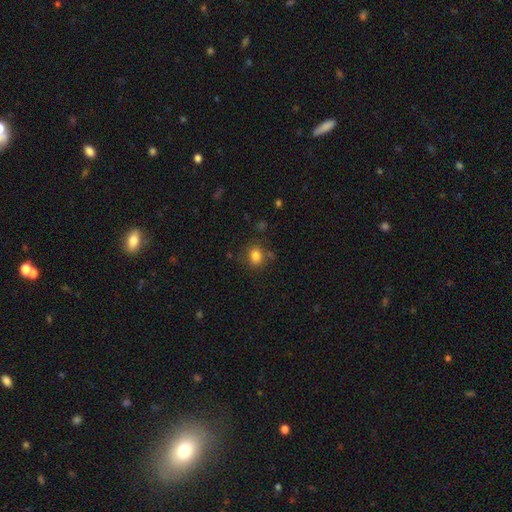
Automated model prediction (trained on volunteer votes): This appears to be a smooth galaxy with no disk features (82%) that is round (55%). Merging: none (75%).